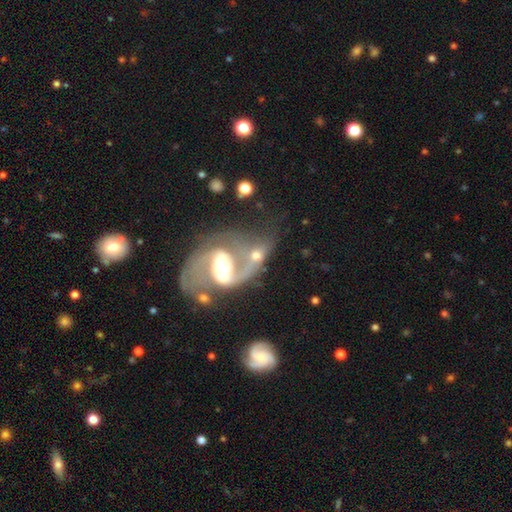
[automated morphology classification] Smooth or featured?
  - featured or disk: 78% *
  - smooth: 15%
  - star or artifact: 7%
Edge-on disk?
  - no: 96% *
  - yes: 4%
Bar?
  - weak: 38% *
  - strong: 35%
  - no: 28%
Spiral arms?
  - yes: 87% *
  - no: 13%
Spiral winding?
  - loose: 43% * (tied)
  - medium: 43% * (tied)
  - tight: 13%
Spiral arm count?
  - 2: 79% *
  - 1: 11%
  - can't tell: 6%
  - 3: 2%
  - 4: 1%
  - more than 4: 1%
Bulge size?
  - moderate: 57% *
  - large: 24%
  - small: 13%
  - dominant: 3%
  - none: 3%
Merging?
  - merger: 45% *
  - none: 26%
  - major disturbance: 17%
  - minor disturbance: 12%